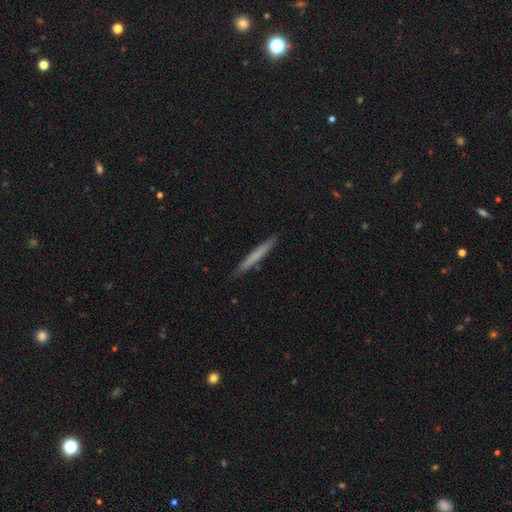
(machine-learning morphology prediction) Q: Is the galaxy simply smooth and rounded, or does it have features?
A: smooth — 64%.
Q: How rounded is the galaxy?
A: cigar-shaped — 97%.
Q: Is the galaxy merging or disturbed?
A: none — 90%.